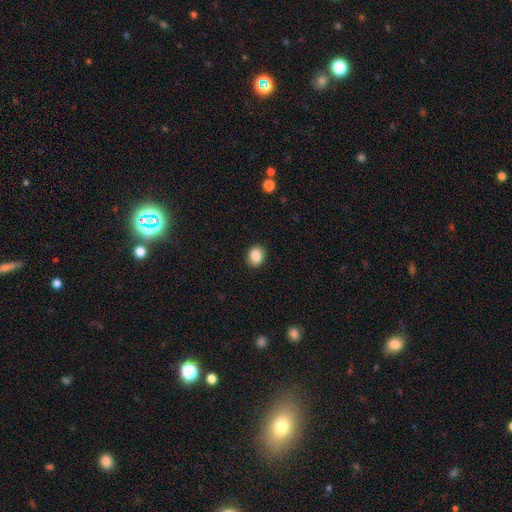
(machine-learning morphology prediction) A smooth galaxy with no disk features (87%) that is in between round and cigar-shaped (53%). Merging: none (89%).